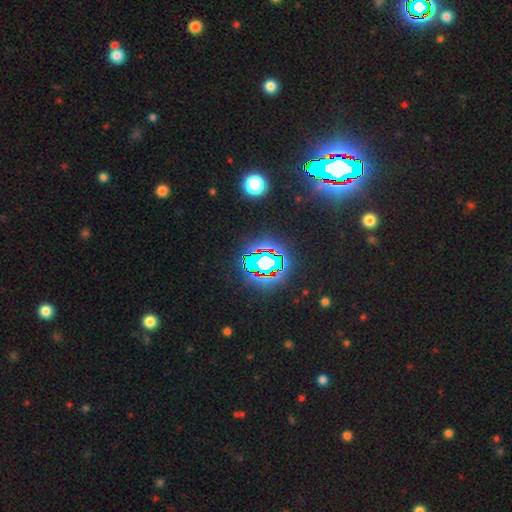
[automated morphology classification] Smooth or featured? Predicted: star or artifact (p=0.83).